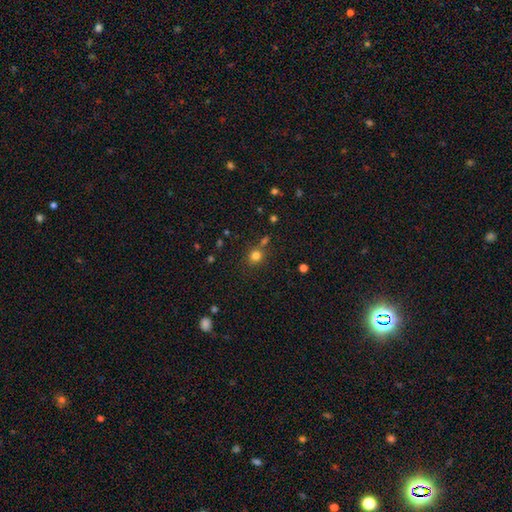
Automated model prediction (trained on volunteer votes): Smooth or featured: smooth — 78% (star or artifact — 15%)
How rounded: round — 85% (in between — 14%)
Merging: none — 71% (merger — 14%)